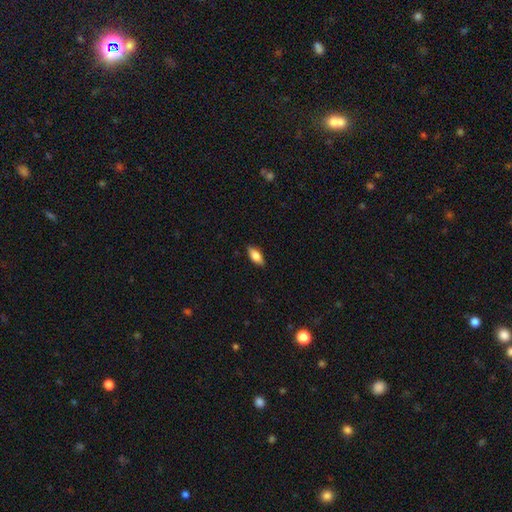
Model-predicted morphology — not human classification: smooth_or_featured: smooth (p=0.78) [alt: featured or disk p=0.16]
how_rounded: in between (p=0.82) [alt: cigar-shaped p=0.15]
merging: none (p=0.88) [alt: minor disturbance p=0.09]